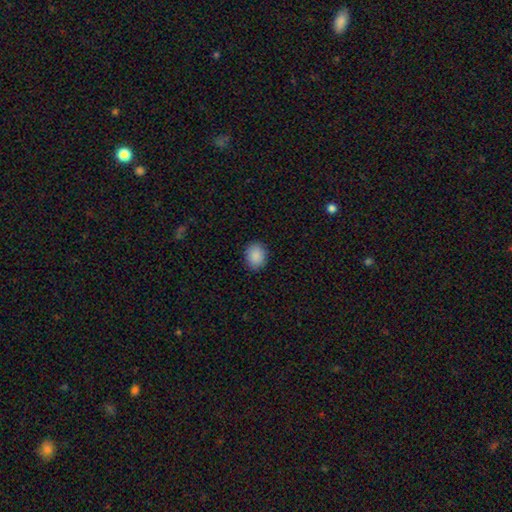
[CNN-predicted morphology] This appears to be a smooth galaxy with no disk features (89%) that is in between round and cigar-shaped (50%). Merging: none (89%).